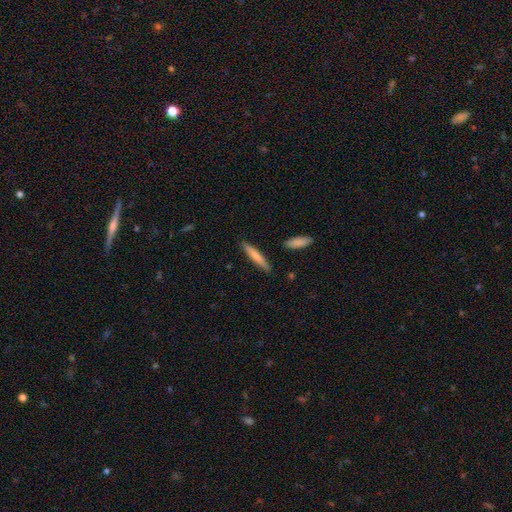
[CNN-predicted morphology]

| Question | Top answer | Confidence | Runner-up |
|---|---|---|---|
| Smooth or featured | smooth | 72% | featured or disk (22%) |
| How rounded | cigar-shaped | 91% | in between (8%) |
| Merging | none | 88% | minor disturbance (8%) |